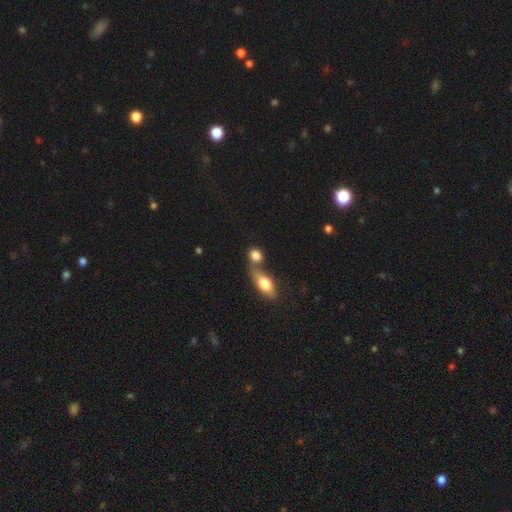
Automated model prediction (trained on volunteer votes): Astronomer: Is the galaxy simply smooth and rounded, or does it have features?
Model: smooth — 80%.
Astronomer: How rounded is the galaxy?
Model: round — 51% (runner-up: in between, 44%).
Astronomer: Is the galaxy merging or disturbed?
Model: merger — 44% (runner-up: none, 42%).